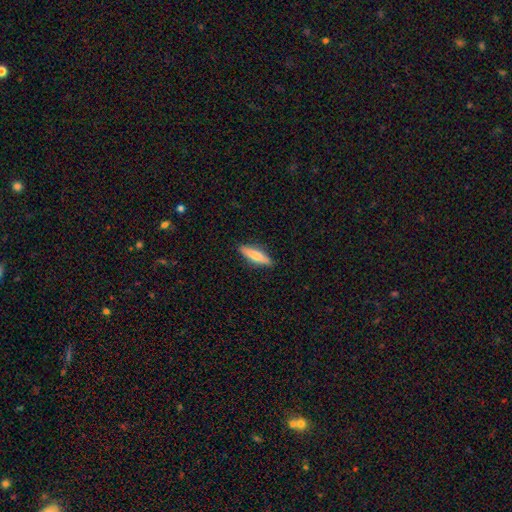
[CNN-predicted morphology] This is likely a smooth galaxy (71%). How rounded: likely cigar-shaped (71%). Merging: clearly none (89%).